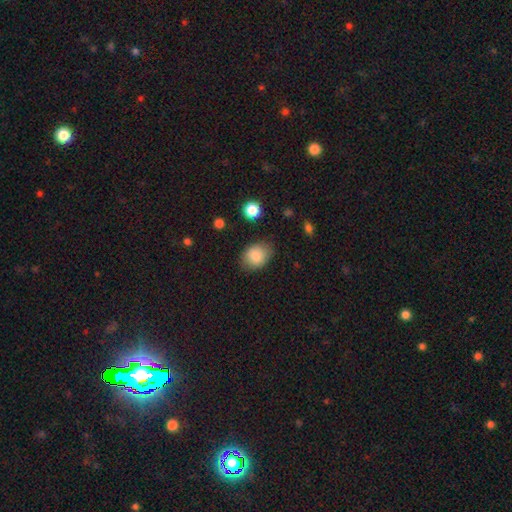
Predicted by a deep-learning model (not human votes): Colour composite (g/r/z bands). It shows a smooth galaxy with no disk features (84%) that is in between round and cigar-shaped (63%). Merging: none (78%).